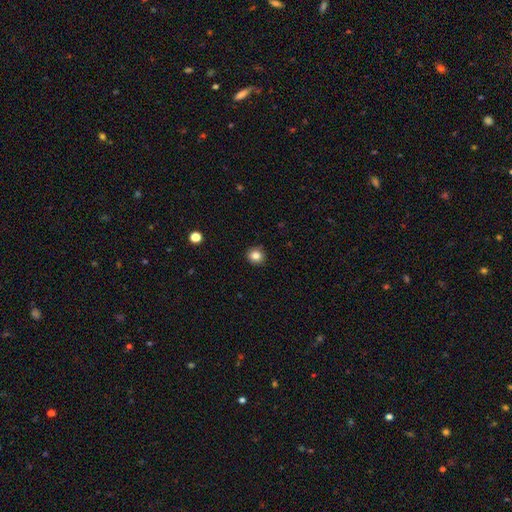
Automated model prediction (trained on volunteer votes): A smooth galaxy with no disk features (84%) that is round (89%).

Vote fractions:
- Smooth or featured? smooth: 84% / star or artifact: 11% / featured or disk: 5%
- How rounded? round: 89% / in between: 10% / cigar-shaped: 1%
- Merging? none: 90% / minor disturbance: 7% / major disturbance: 2% / merger: 1%